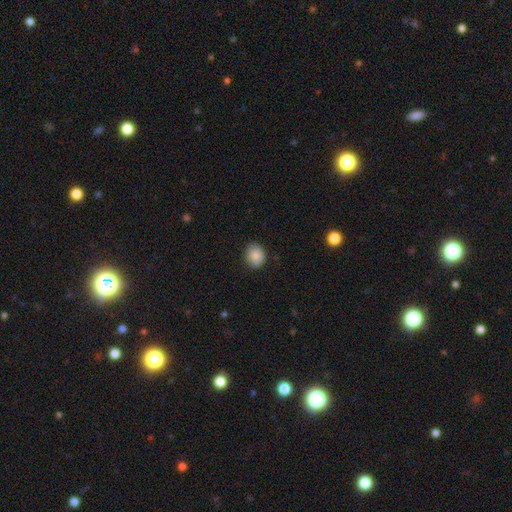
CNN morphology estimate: Smooth or featured: smooth — 88% (star or artifact — 8%)
How rounded: round — 62% (in between — 37%)
Merging: none — 85% (minor disturbance — 11%)